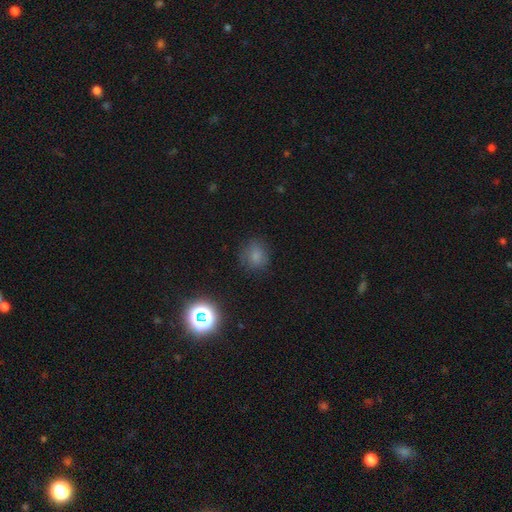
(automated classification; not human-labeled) Smooth or featured? smooth (75%)
How rounded? round (80%)
Merging? none (78%)